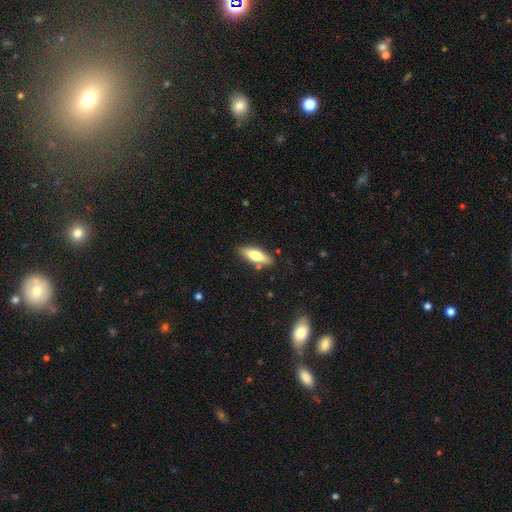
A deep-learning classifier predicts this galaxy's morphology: This is likely a smooth galaxy (68%). How rounded: possibly in between (60%). Merging: clearly none (84%).